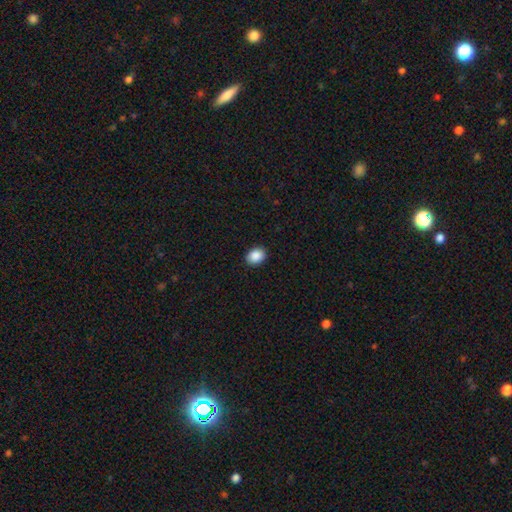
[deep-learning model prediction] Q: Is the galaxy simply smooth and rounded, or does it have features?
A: smooth — 89%.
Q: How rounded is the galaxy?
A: in between — 60%.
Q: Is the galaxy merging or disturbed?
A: none — 91%.